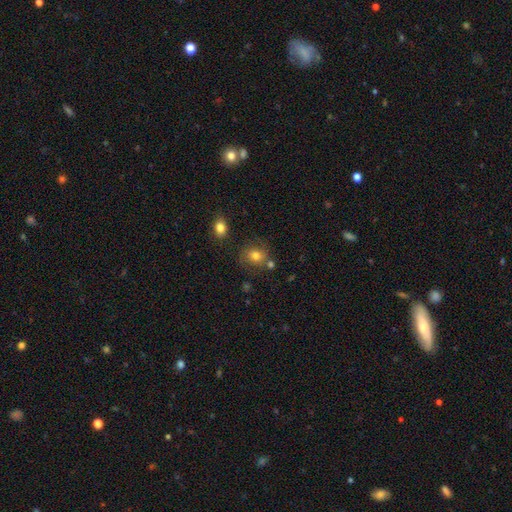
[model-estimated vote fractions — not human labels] smooth-or-featured: smooth: 69% | featured or disk: 18% | star or artifact: 12%
  how-rounded: round: 66% | in between: 33% | cigar-shaped: 1%
  merging: none: 68% | minor disturbance: 17% | merger: 9% | major disturbance: 6%